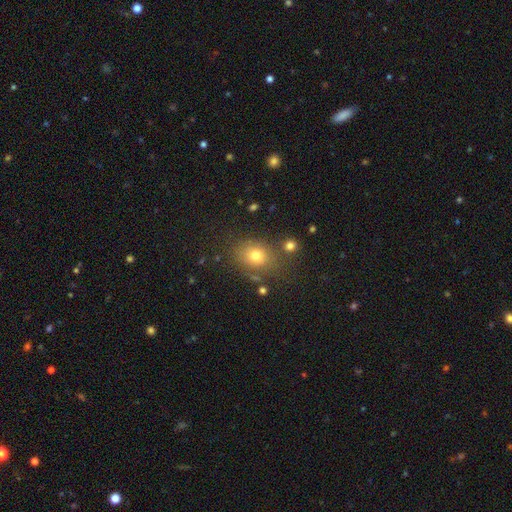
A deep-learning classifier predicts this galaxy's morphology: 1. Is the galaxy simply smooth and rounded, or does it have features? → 73% smooth, 16% star or artifact, 12% featured or disk.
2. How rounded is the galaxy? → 53% round, 46% in between, 1% cigar-shaped.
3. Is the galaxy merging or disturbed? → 74% none, 13% minor disturbance, 8% merger, 5% major disturbance.